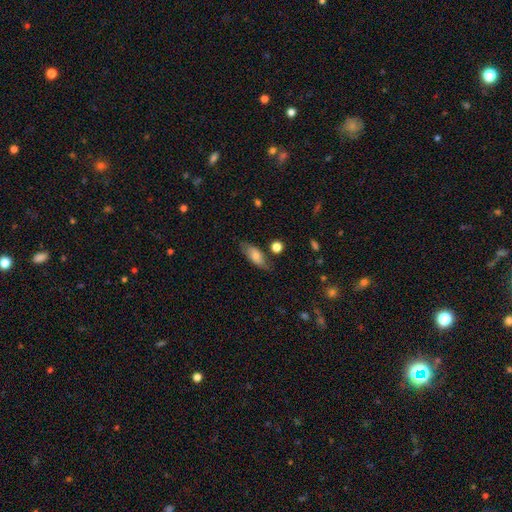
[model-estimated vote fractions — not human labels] smooth 64%, featured or disk 29%, star or artifact 7%. Down the decision tree: how rounded — in between (75%); merging — none (73%).